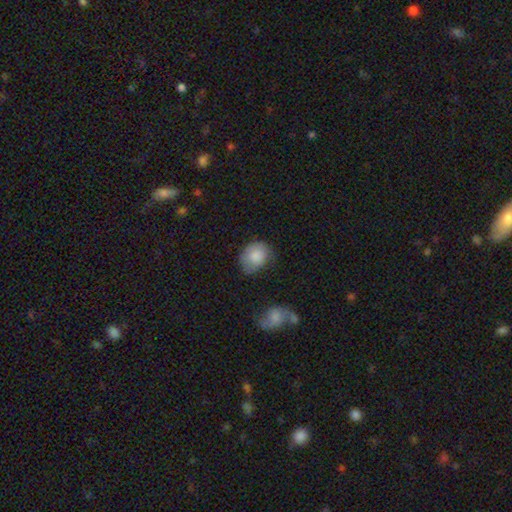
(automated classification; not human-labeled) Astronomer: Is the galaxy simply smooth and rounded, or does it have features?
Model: smooth — 82%.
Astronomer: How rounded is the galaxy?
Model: in between — 52% (runner-up: round, 48%).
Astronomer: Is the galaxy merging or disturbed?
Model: none — 53% (runner-up: minor disturbance, 34%).